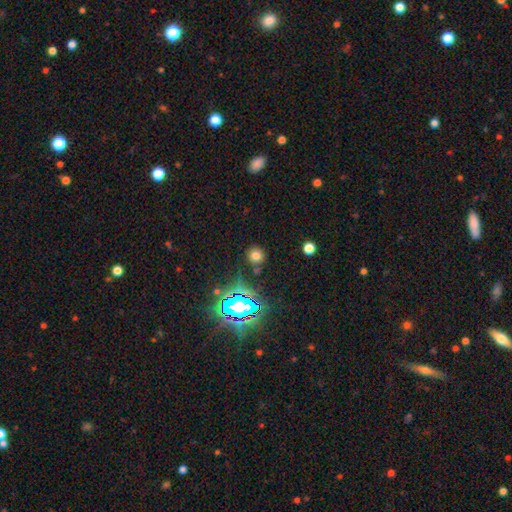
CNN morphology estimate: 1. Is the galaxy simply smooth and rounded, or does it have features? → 68% smooth, 24% star or artifact, 8% featured or disk.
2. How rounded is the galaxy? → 89% round, 10% in between, 1% cigar-shaped.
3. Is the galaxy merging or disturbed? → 83% none, 9% minor disturbance, 5% merger, 3% major disturbance.